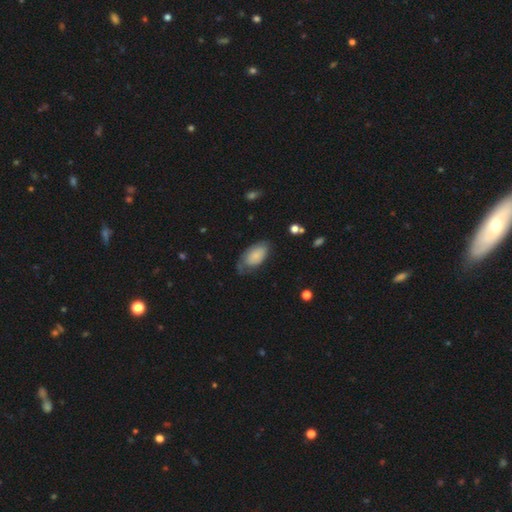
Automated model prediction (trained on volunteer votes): smooth 74%, featured or disk 20%, star or artifact 6%. Down the decision tree: how rounded — in between (94%); merging — none (50%).